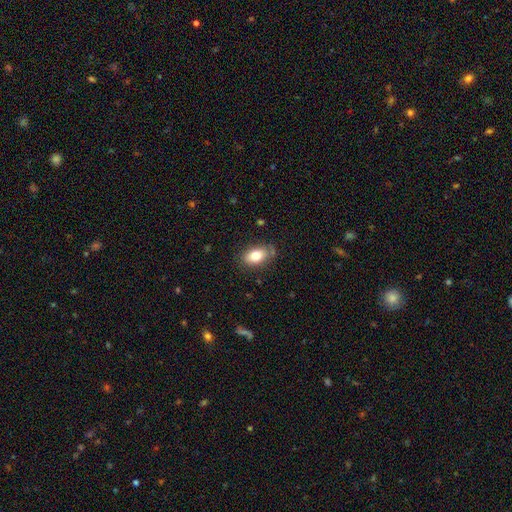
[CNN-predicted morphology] Smooth or featured? smooth (78%)
How rounded? in between (88%)
Merging? none (78%)